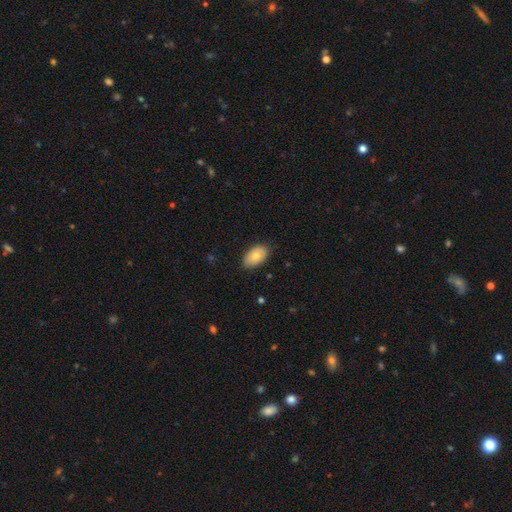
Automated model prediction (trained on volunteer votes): Smooth or featured? smooth (77%)
How rounded? in between (92%)
Merging? none (83%)